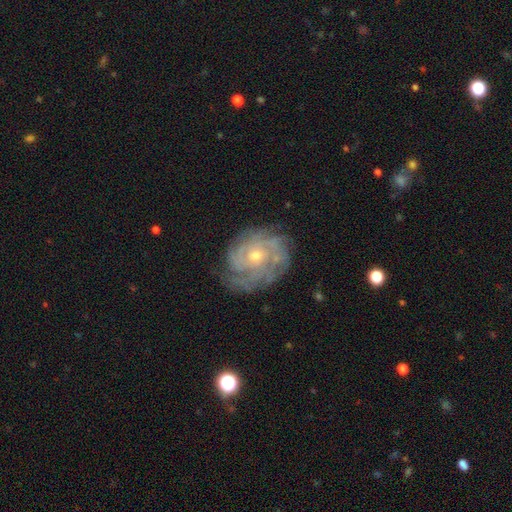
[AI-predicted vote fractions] A featured or disk galaxy (84%) with no bar (80%), tight (73%) spiral arms (94%) and a small central bulge (56%). Merging: none (73%).